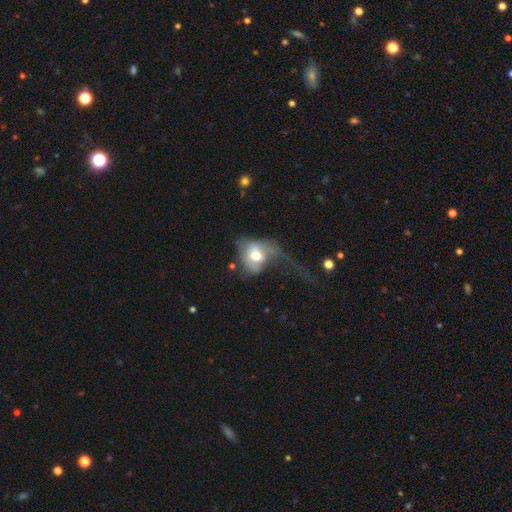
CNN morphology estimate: Smooth or featured: smooth — 54% (featured or disk — 38%)
How rounded: in between — 55% (round — 43%)
Merging: major disturbance — 62% (none — 16%)